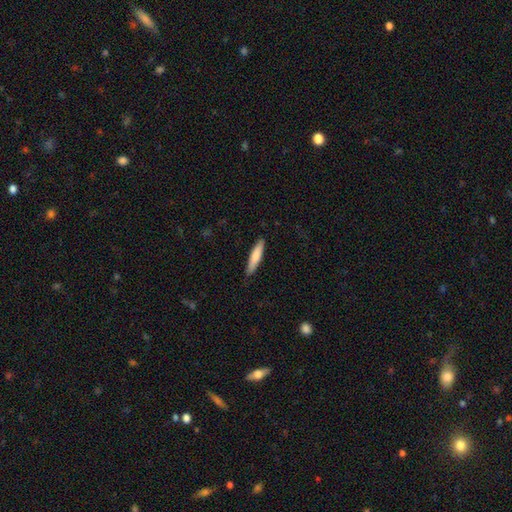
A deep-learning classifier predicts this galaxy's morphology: smooth-or-featured: smooth: 76% | featured or disk: 19% | star or artifact: 5%
  how-rounded: cigar-shaped: 85% | in between: 14% | round: 1%
  merging: none: 87% | minor disturbance: 10% | major disturbance: 2% | merger: 1%